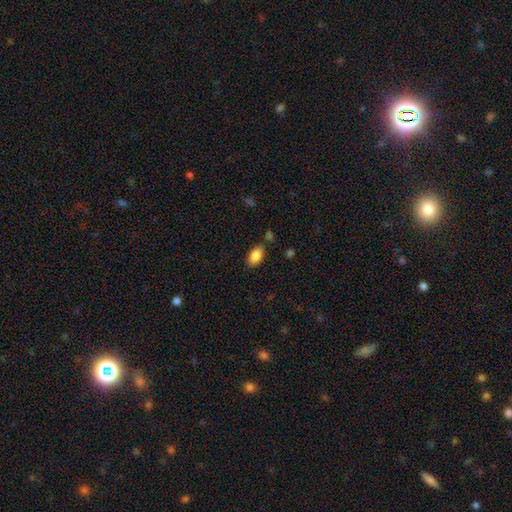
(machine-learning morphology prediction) Smooth or featured?
  - smooth: 86% *
  - star or artifact: 8%
  - featured or disk: 6%
How rounded?
  - in between: 91% *
  - cigar-shaped: 4%
  - round: 4%
Merging?
  - none: 80% *
  - minor disturbance: 13%
  - merger: 4%
  - major disturbance: 3%